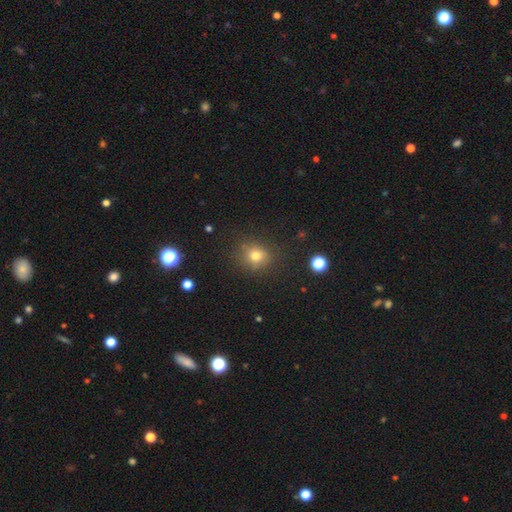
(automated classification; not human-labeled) A smooth galaxy with no disk features (76%) that is round (78%).

Vote fractions:
- Smooth or featured? smooth: 76% / star or artifact: 16% / featured or disk: 8%
- How rounded? round: 78% / in between: 20% / cigar-shaped: 1%
- Merging? none: 82% / minor disturbance: 12% / major disturbance: 4% / merger: 2%